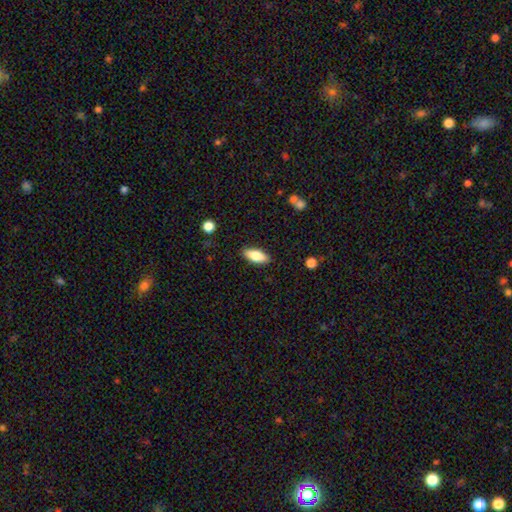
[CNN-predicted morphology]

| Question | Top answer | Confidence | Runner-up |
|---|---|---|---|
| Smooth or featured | smooth | 79% | featured or disk (15%) |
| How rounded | in between | 79% | cigar-shaped (19%) |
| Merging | none | 88% | minor disturbance (9%) |